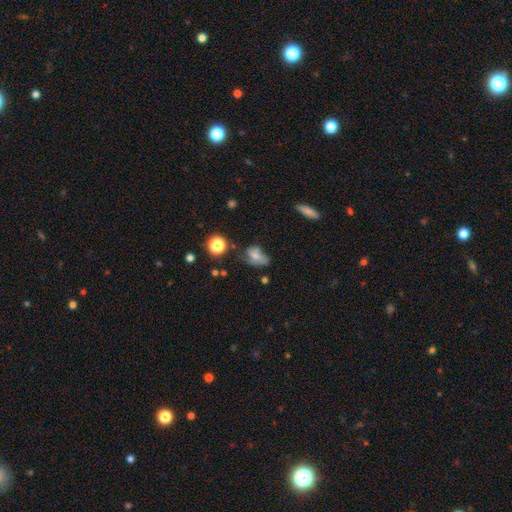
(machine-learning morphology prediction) Q: Smooth or featured?
A: smooth (58%); runner-up: featured or disk (28%)
Q: How rounded?
A: in between (78%); runner-up: round (17%)
Q: Merging?
A: none (38%); runner-up: minor disturbance (32%)